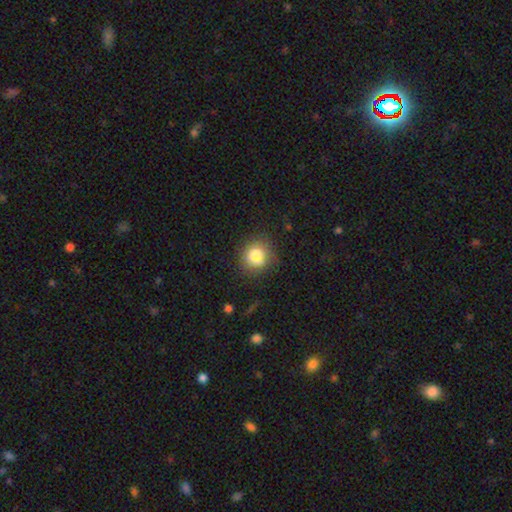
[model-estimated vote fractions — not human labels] This appears to be a smooth galaxy with no disk features (79%) that is round (86%). Merging: none (76%).